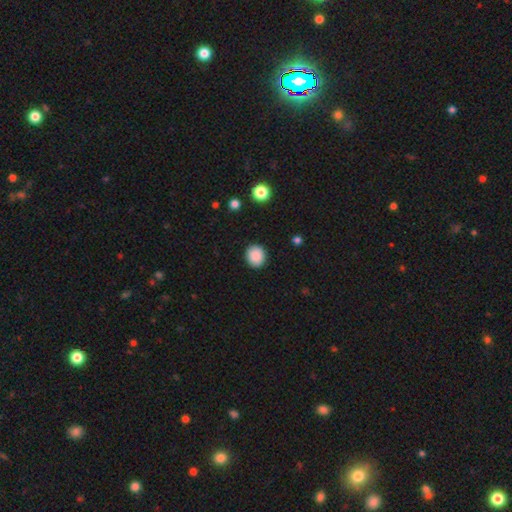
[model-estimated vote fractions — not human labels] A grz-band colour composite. It shows a smooth galaxy with no disk features (88%) that is round (80%). Merging: none (90%).